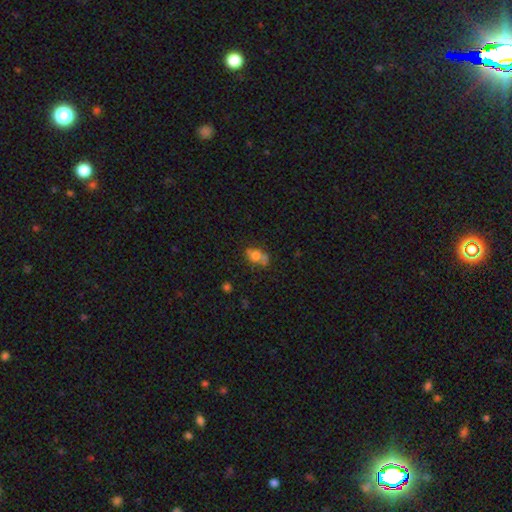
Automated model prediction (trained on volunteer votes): This appears to be a smooth galaxy with no disk features (64%) that is in between round and cigar-shaped (63%). Merging: none (44%).